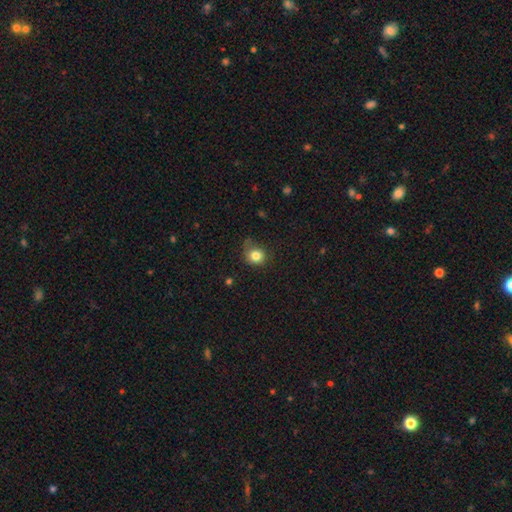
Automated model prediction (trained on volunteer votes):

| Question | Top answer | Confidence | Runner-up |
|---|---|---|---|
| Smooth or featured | smooth | 82% | star or artifact (11%) |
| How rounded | round | 79% | in between (20%) |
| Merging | none | 62% | minor disturbance (27%) |